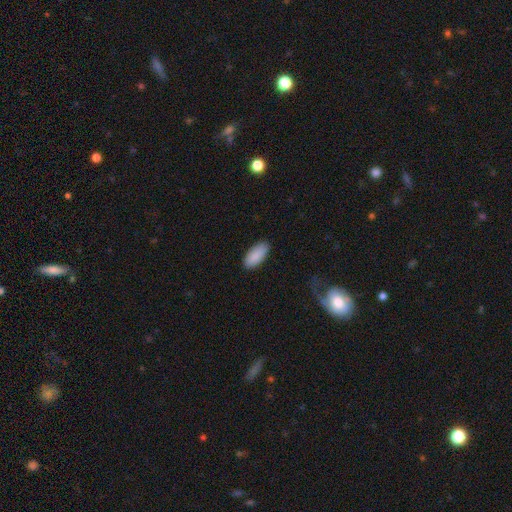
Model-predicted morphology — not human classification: A smooth galaxy with no disk features (90%) that is in between round and cigar-shaped (89%).

Vote fractions:
- Smooth or featured? smooth: 90% / star or artifact: 6% / featured or disk: 4%
- How rounded? in between: 89% / cigar-shaped: 9% / round: 2%
- Merging? none: 87% / minor disturbance: 10% / major disturbance: 2% / merger: 1%